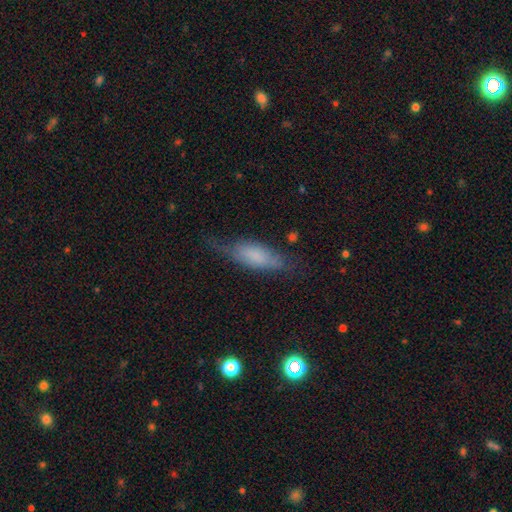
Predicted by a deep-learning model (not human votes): Q: Smooth or featured?
A: smooth (63%); runner-up: featured or disk (29%)
Q: How rounded?
A: in between (60%); runner-up: cigar-shaped (37%)
Q: Merging?
A: none (55%); runner-up: minor disturbance (29%)